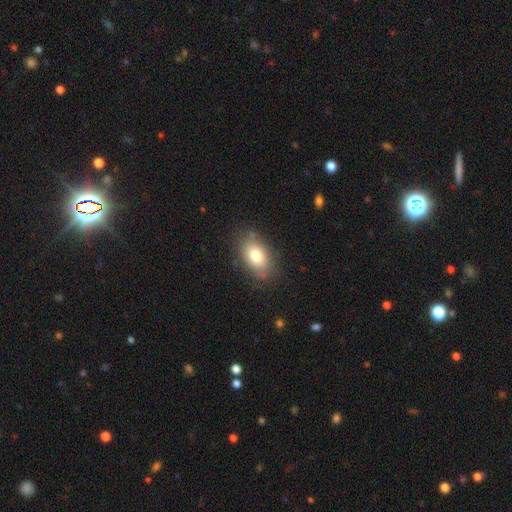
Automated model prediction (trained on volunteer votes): A smooth galaxy with no disk features (77%) that is in between round and cigar-shaped (86%). Merging: none (79%).